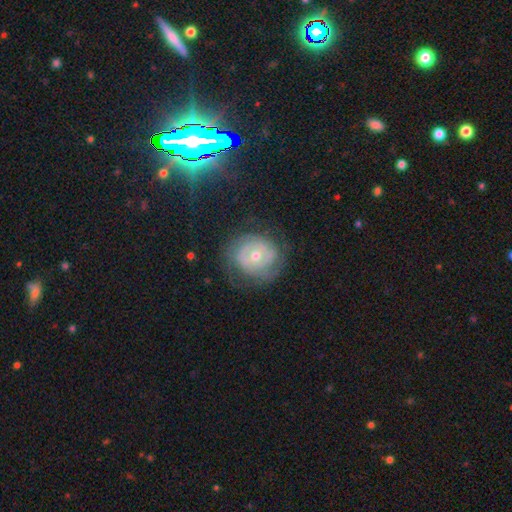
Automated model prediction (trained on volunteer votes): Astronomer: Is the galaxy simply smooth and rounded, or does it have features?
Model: featured or disk — 73%.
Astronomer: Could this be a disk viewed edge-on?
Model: no — 97%.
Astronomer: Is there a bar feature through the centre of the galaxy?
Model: no — 67%.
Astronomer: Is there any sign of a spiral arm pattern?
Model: yes — 81%.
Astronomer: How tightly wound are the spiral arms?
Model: tight — 68%.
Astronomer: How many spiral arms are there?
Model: can't tell — 41% (runner-up: 2, 33%).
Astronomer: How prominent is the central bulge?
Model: moderate — 50% (runner-up: small, 47%).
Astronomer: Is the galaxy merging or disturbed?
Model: none — 71%.